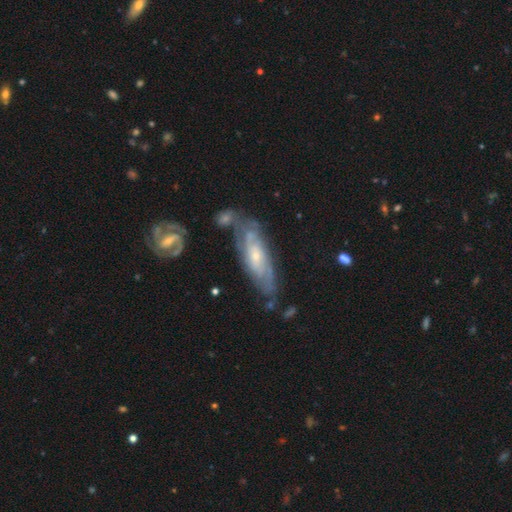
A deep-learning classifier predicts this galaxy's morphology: Smooth or featured? Predicted: featured or disk (p=0.73). Edge-on disk? Predicted: no (p=0.80). Bar? Predicted: no (p=0.67). Spiral arms? Predicted: yes (p=0.85). Bulge size? Predicted: small (p=0.66). Merging? Predicted: none (p=0.55).